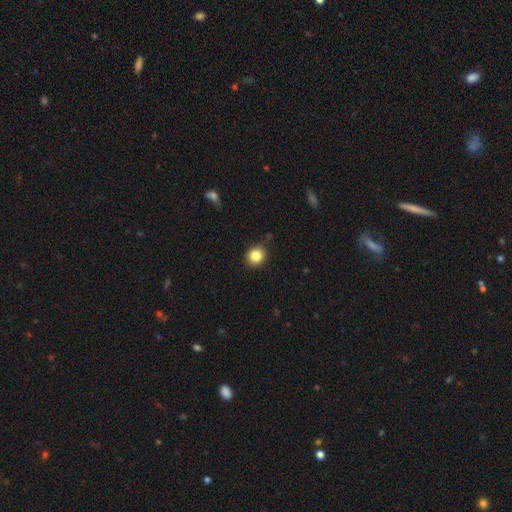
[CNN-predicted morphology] This is clearly a smooth galaxy (84%). How rounded: clearly round (81%). Merging: clearly none (88%).